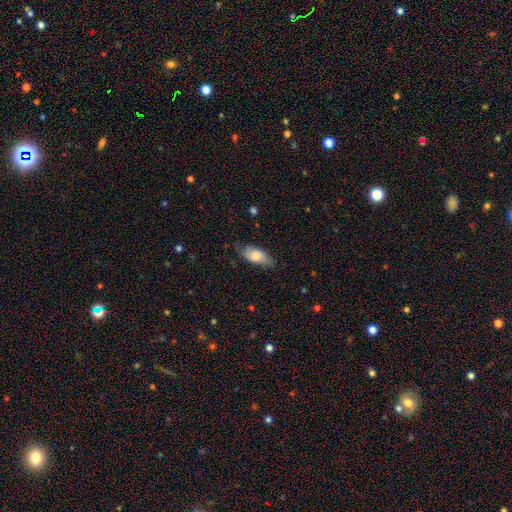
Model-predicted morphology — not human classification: Smooth or featured: smooth — 73% (featured or disk — 21%)
How rounded: in between — 84% (cigar-shaped — 14%)
Merging: none — 68% (minor disturbance — 25%)